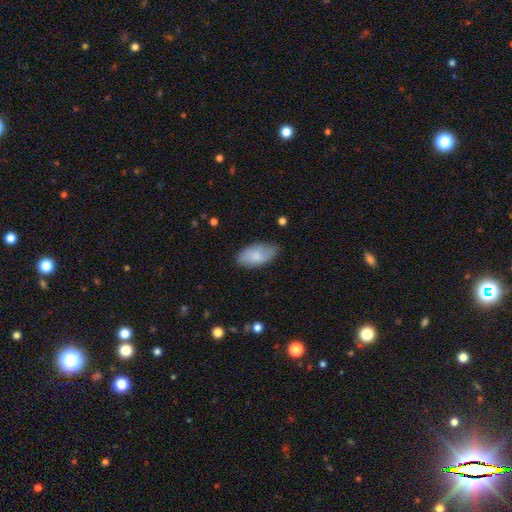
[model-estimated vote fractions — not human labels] A smooth galaxy with no disk features (78%) that is in between round and cigar-shaped (94%).

Vote fractions:
- Smooth or featured? smooth: 78% / featured or disk: 16% / star or artifact: 6%
- How rounded? in between: 94% / cigar-shaped: 3% / round: 3%
- Merging? none: 74% / minor disturbance: 21% / major disturbance: 4% / merger: 1%